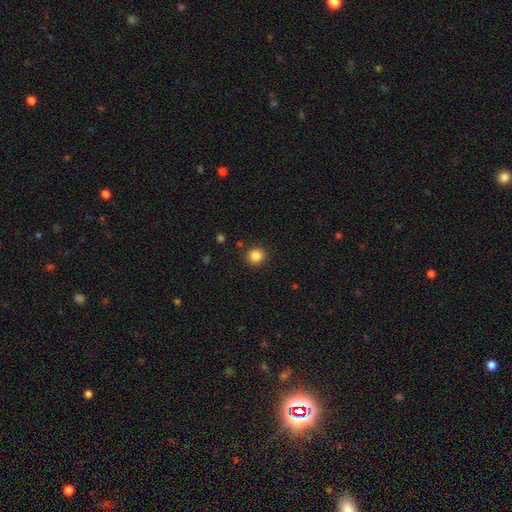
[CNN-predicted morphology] Q: Smooth or featured?
A: smooth (85%); runner-up: star or artifact (11%)
Q: How rounded?
A: round (93%); runner-up: in between (6%)
Q: Merging?
A: none (90%); runner-up: minor disturbance (6%)